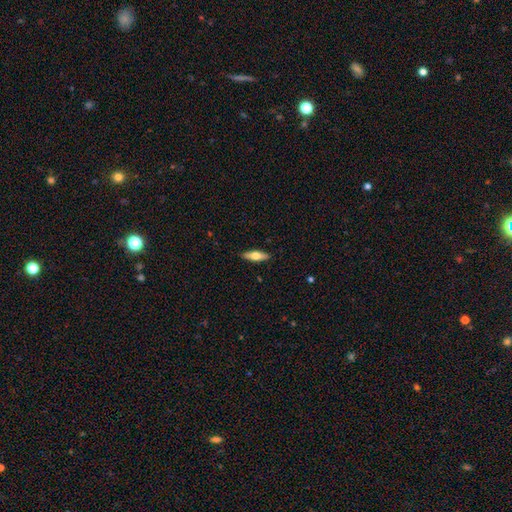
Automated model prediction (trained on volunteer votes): Smooth or featured? smooth (50%)
How rounded? cigar-shaped (50%)
Merging? none (90%)